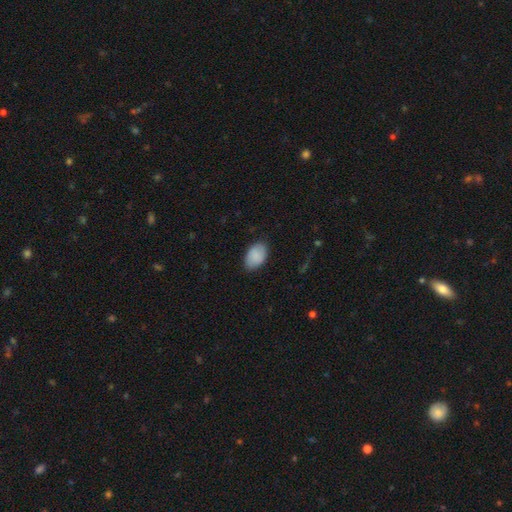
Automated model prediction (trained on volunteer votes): A smooth galaxy with no disk features (88%) that is in between round and cigar-shaped (90%). Merging: none (81%).